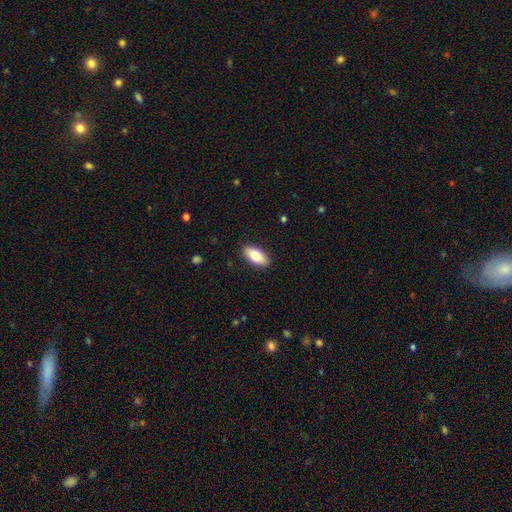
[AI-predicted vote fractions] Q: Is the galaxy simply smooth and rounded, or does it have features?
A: smooth — 80%.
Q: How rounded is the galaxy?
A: in between — 88%.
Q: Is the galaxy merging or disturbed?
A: none — 89%.